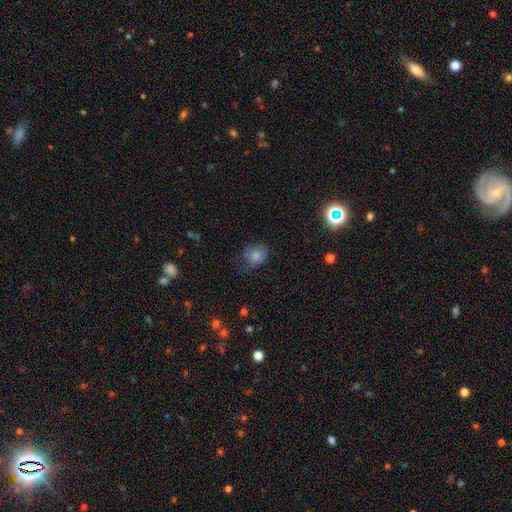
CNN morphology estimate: Smooth or featured?
  - smooth: 79% *
  - star or artifact: 11%
  - featured or disk: 11%
How rounded?
  - in between: 54% *
  - round: 45%
  - cigar-shaped: 1%
Merging?
  - none: 50% *
  - minor disturbance: 32%
  - major disturbance: 16%
  - merger: 3%